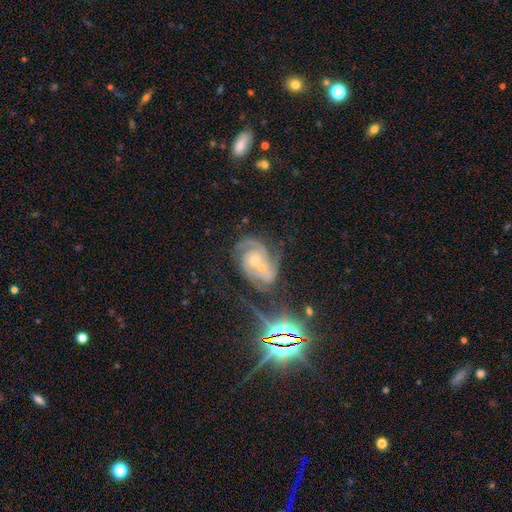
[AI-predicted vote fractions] smooth-or-featured: featured or disk: 77% | star or artifact: 14% | smooth: 9%
  disk-edge-on: no: 97% | yes: 3%
    bar: no: 64% | weak: 27% | strong: 9%
    has-spiral-arms: yes: 95% | no: 5%
      spiral-winding: tight: 50% | medium: 41% | loose: 9%
      spiral-arm-count: 2: 56% | 3: 17% | can't tell: 15% | 1: 6% | 4: 3% | more than 4: 3%
    bulge-size: small: 49% | moderate: 45% | none: 3% | large: 2% | dominant: 1%
  merging: merger: 42% | none: 34% | minor disturbance: 14% | major disturbance: 9%